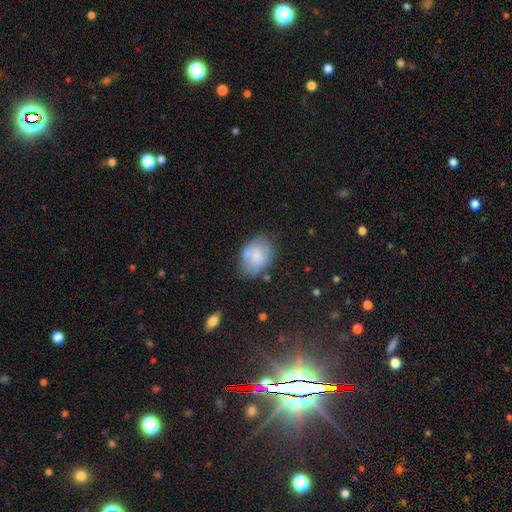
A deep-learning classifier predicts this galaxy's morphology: smooth_or_featured: smooth (p=0.71) [alt: featured or disk p=0.21]
how_rounded: in between (p=0.66) [alt: round p=0.33]
merging: none (p=0.55) [alt: minor disturbance p=0.25]